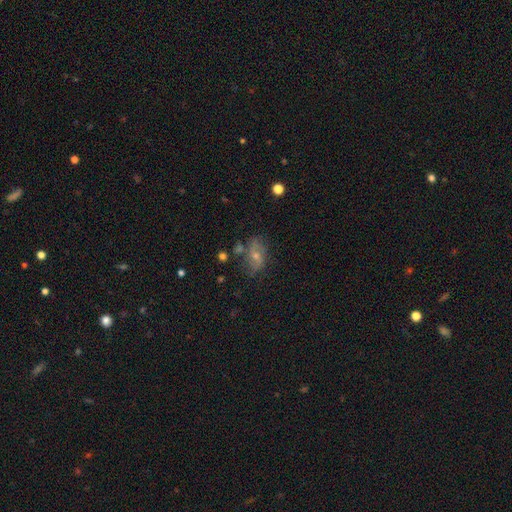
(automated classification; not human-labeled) A featured or disk galaxy (47%). Merging: none (66%).